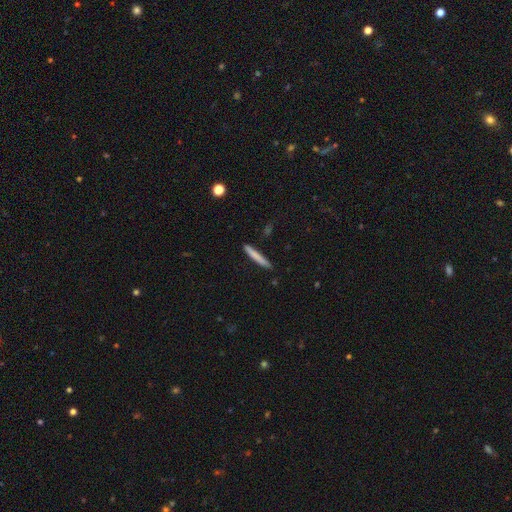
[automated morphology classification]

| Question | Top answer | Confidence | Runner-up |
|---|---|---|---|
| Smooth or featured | smooth | 77% | featured or disk (18%) |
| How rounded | cigar-shaped | 96% | in between (3%) |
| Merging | none | 89% | minor disturbance (9%) |